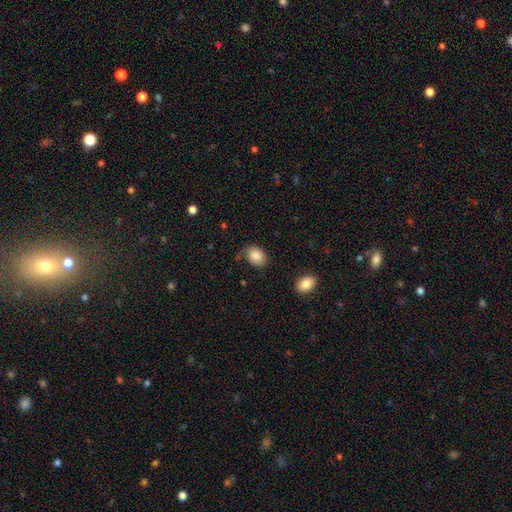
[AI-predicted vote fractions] Smooth or featured? smooth (83%)
How rounded? in between (62%)
Merging? none (61%)